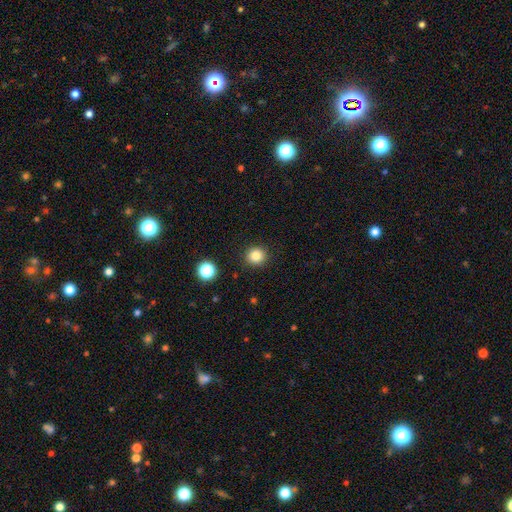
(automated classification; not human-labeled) smooth 83%, star or artifact 12%, featured or disk 5%. Down the decision tree: how rounded — round (91%); merging — none (91%).